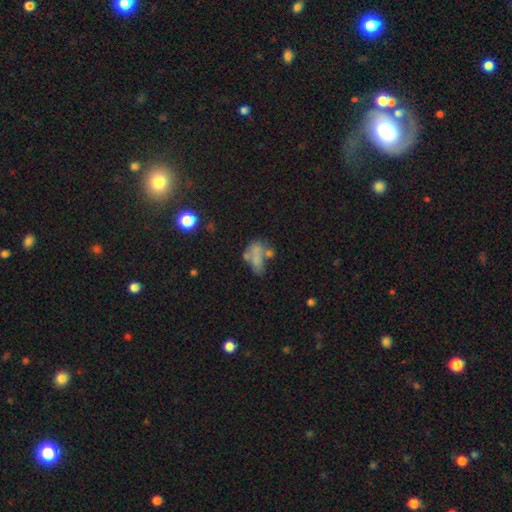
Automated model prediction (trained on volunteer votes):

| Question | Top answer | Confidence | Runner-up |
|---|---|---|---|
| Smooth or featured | smooth | 55% | featured or disk (31%) |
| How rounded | in between | 81% | round (12%) |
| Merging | merger | 36% | none (27%) |